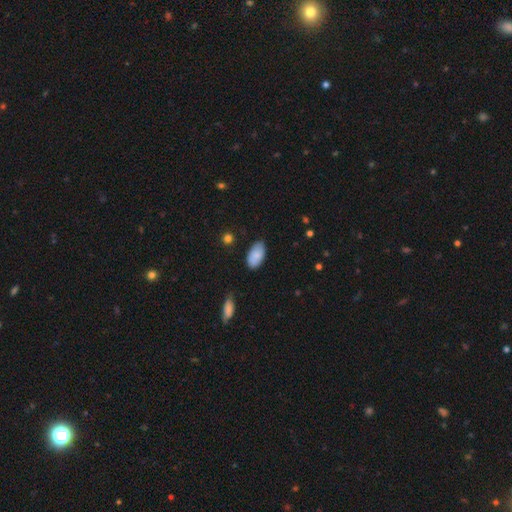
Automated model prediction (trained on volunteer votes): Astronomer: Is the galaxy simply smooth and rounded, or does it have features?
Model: smooth — 87%.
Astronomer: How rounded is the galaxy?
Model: in between — 95%.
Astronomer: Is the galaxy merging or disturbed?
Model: none — 79%.